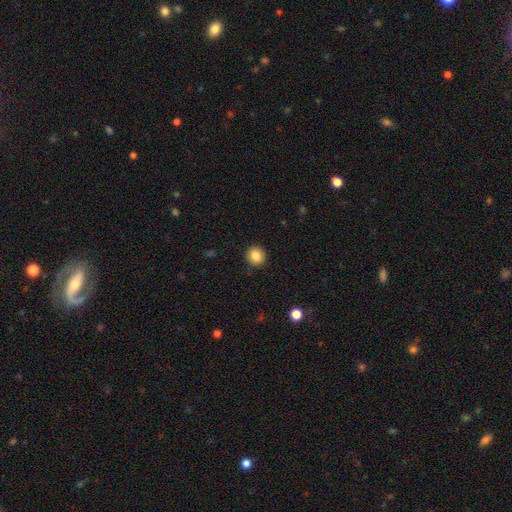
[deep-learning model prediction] Q: Smooth or featured?
A: smooth (85%); runner-up: star or artifact (9%)
Q: How rounded?
A: round (89%); runner-up: in between (10%)
Q: Merging?
A: none (91%); runner-up: minor disturbance (6%)